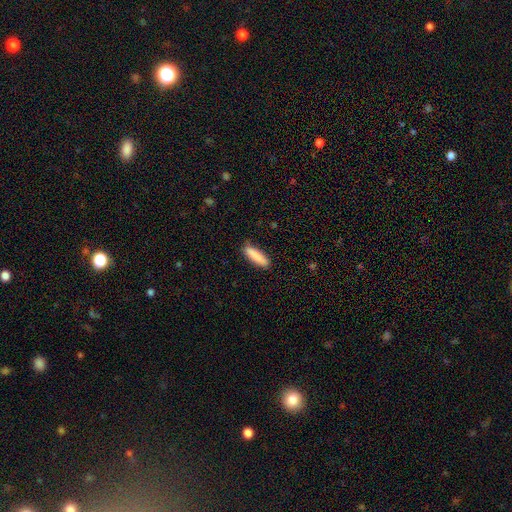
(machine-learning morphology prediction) A smooth galaxy with no disk features (87%) that is cigar-shaped (68%).

Vote fractions:
- Smooth or featured? smooth: 87% / featured or disk: 7% / star or artifact: 6%
- How rounded? cigar-shaped: 68% / in between: 31% / round: 1%
- Merging? none: 85% / minor disturbance: 12% / major disturbance: 2% / merger: 1%